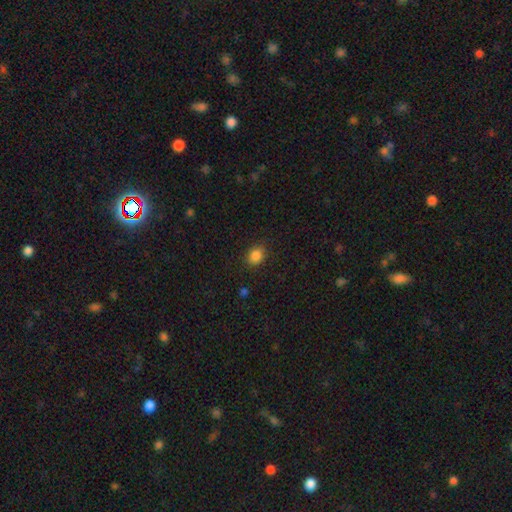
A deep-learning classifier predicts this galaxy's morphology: smooth-or-featured: smooth: 85% | star or artifact: 11% | featured or disk: 4%
  how-rounded: in between: 51% | round: 48% | cigar-shaped: 1%
  merging: none: 83% | minor disturbance: 12% | major disturbance: 3% | merger: 1%